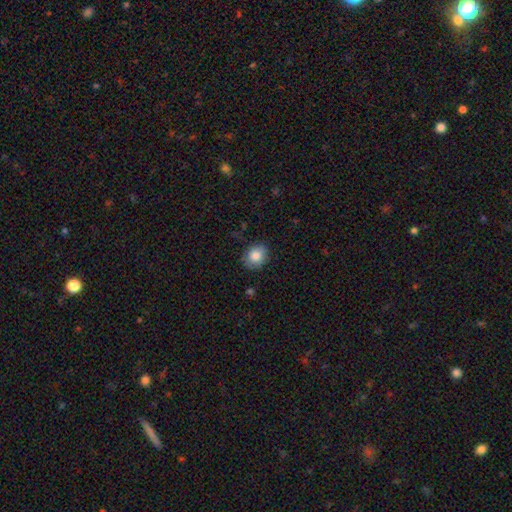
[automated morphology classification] Smooth or featured? Predicted: smooth (p=0.82). How rounded? Predicted: round (p=0.56). Merging? Predicted: none (p=0.82).